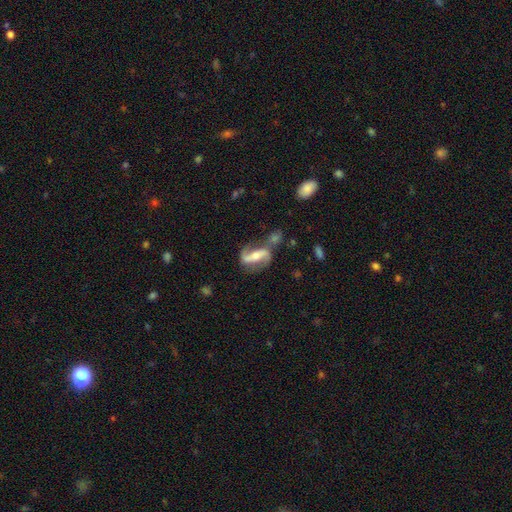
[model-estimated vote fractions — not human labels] Q: Smooth or featured?
A: featured or disk (82%); runner-up: smooth (12%)
Q: Edge-on disk?
A: no (93%); runner-up: yes (7%)
Q: Bar?
A: strong (56%); runner-up: weak (25%)
Q: Spiral arms?
A: yes (91%); runner-up: no (9%)
Q: Spiral winding?
A: loose (51%); runner-up: medium (36%)
Q: Spiral arm count?
A: 2 (90%); runner-up: 1 (4%)
Q: Bulge size?
A: moderate (52%); runner-up: small (38%)
Q: Merging?
A: none (54%); runner-up: merger (18%)